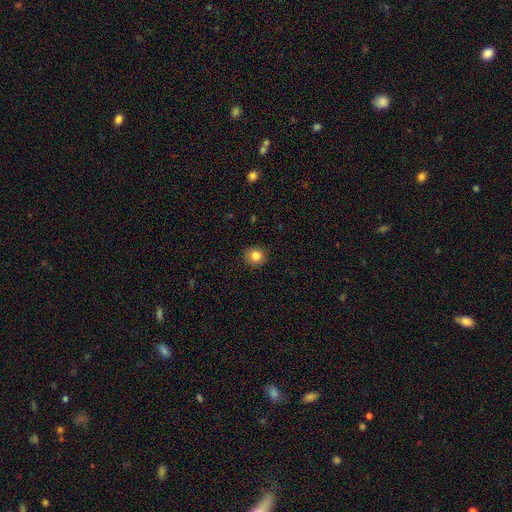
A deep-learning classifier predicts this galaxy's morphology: smooth-or-featured: smooth: 84% | star or artifact: 10% | featured or disk: 5%
  how-rounded: round: 86% | in between: 13% | cigar-shaped: 1%
  merging: none: 87% | minor disturbance: 10% | major disturbance: 2% | merger: 1%